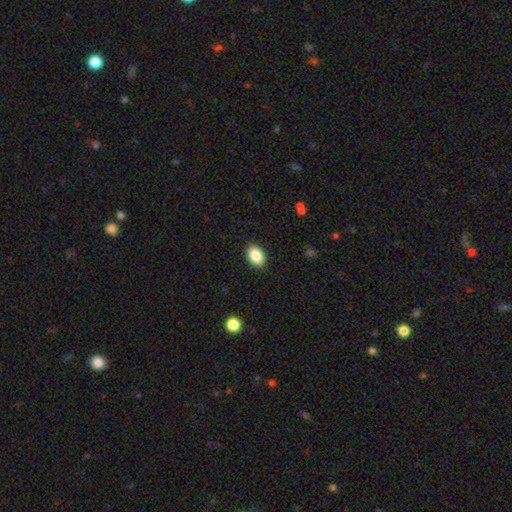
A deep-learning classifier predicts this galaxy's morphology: smooth_or_featured: smooth (p=0.88) [alt: star or artifact p=0.08]
how_rounded: in between (p=0.89) [alt: round p=0.10]
merging: none (p=0.89) [alt: minor disturbance p=0.08]